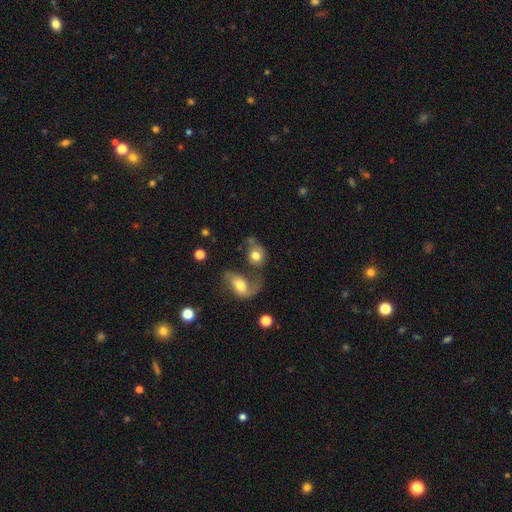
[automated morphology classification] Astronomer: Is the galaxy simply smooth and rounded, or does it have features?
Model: smooth — 66%.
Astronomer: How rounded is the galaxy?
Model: in between — 53% (runner-up: round, 45%).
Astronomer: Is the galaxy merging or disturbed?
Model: merger — 48%.